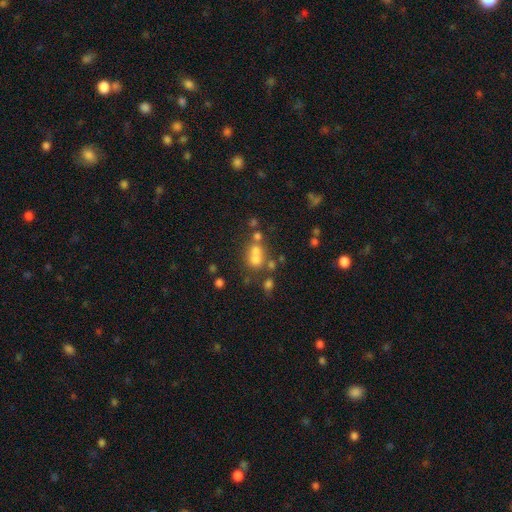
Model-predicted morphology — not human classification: Smooth or featured?
  - smooth: 61% *
  - featured or disk: 20%
  - star or artifact: 19%
How rounded?
  - round: 67% *
  - in between: 31%
  - cigar-shaped: 2%
Merging?
  - merger: 50% *
  - none: 35%
  - minor disturbance: 9%
  - major disturbance: 6%